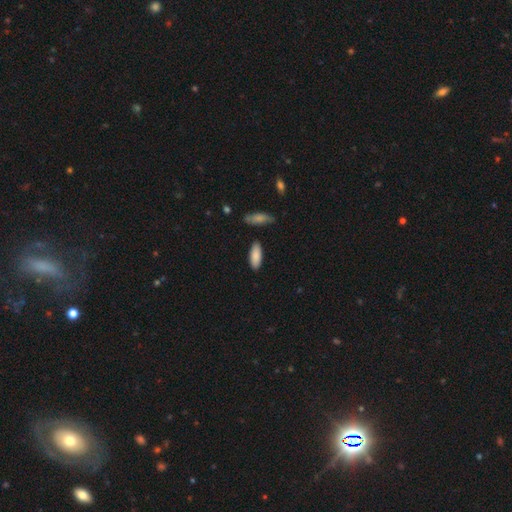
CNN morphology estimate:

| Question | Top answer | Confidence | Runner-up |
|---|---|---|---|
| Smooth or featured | smooth | 89% | featured or disk (6%) |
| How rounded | in between | 78% | cigar-shaped (20%) |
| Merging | none | 86% | minor disturbance (10%) |